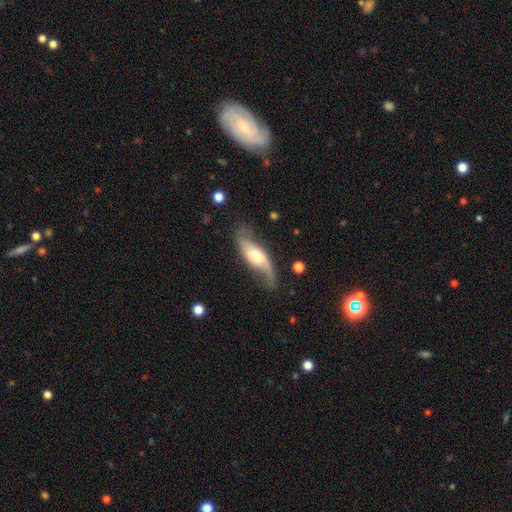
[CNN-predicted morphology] smooth-or-featured: featured or disk: 76% | smooth: 18% | star or artifact: 6%
  disk-edge-on: no: 80% | yes: 20%
    bar: no: 53% | weak: 35% | strong: 12%
    has-spiral-arms: yes: 93% | no: 7%
      spiral-winding: loose: 79% | medium: 16% | tight: 5%
      spiral-arm-count: 2: 88% | 1: 6% | can't tell: 4% | 3: 1% | 4: 1% | more than 4: 1%
    bulge-size: moderate: 50% | small: 22% | large: 20% | none: 5% | dominant: 3%
  merging: none: 68% | minor disturbance: 21% | major disturbance: 9% | merger: 2%